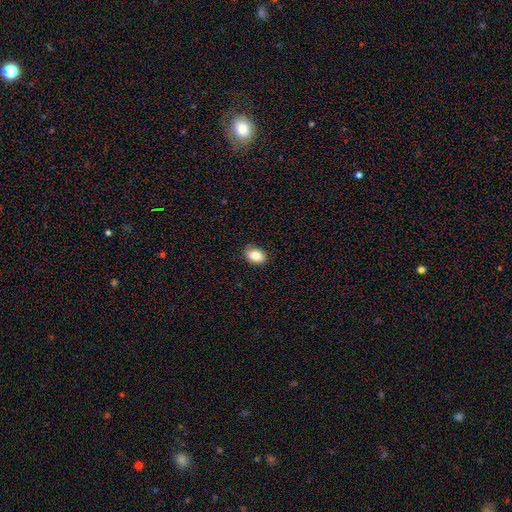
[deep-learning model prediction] A smooth galaxy with no disk features (87%) that is in between round and cigar-shaped (84%). Merging: none (87%).